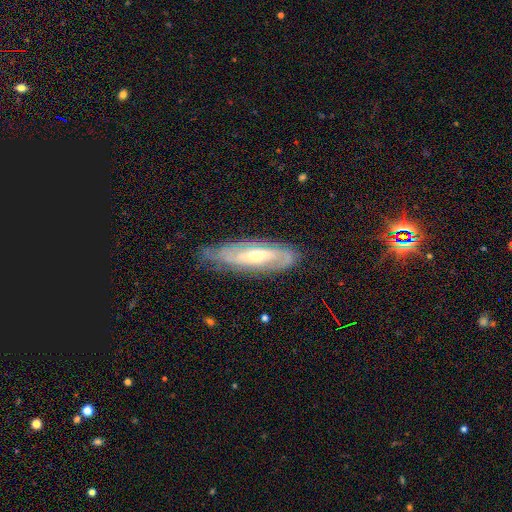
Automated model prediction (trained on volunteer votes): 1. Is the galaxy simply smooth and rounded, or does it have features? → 76% featured or disk, 18% smooth, 6% star or artifact.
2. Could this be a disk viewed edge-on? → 77% no, 23% yes.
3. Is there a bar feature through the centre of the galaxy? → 40% no, 38% weak, 21% strong.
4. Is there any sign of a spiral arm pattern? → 86% yes, 14% no.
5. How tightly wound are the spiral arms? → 52% tight, 34% medium, 13% loose.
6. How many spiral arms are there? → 48% 2, 38% can't tell, 5% 3, 4% 1, 2% 4, 2% more than 4.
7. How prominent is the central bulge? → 53% moderate, 40% small, 5% large, 2% none, 1% dominant.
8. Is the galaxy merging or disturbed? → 70% none, 22% minor disturbance, 6% major disturbance, 1% merger.